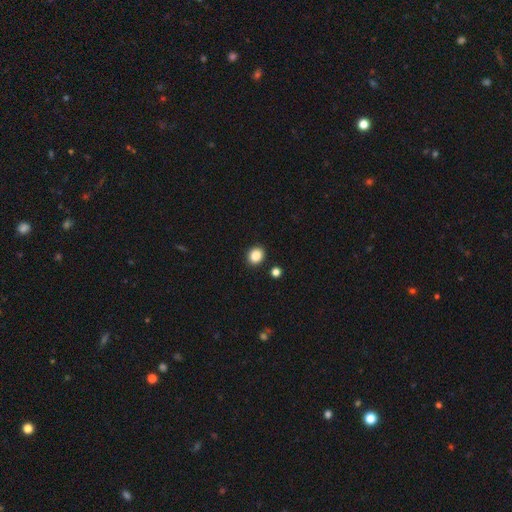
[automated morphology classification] Smooth or featured? Predicted: smooth (p=0.86). How rounded? Predicted: round (p=0.70). Merging? Predicted: none (p=0.89).